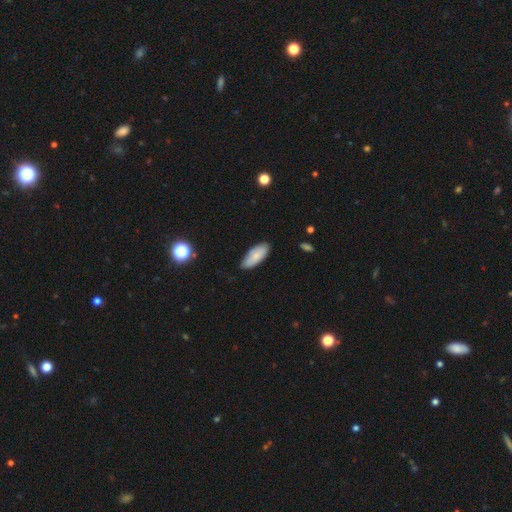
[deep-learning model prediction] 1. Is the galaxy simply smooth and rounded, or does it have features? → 81% smooth, 12% featured or disk, 6% star or artifact.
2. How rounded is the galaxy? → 81% in between, 17% cigar-shaped, 2% round.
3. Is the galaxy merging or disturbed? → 82% none, 15% minor disturbance, 2% major disturbance, 1% merger.